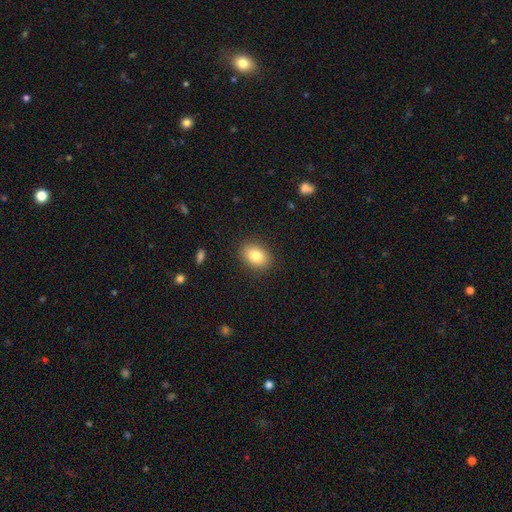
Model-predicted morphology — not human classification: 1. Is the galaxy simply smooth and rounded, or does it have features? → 83% smooth, 9% star or artifact, 8% featured or disk.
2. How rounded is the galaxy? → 70% in between, 29% round, 1% cigar-shaped.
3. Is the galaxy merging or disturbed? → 88% none, 8% minor disturbance, 2% major disturbance, 1% merger.